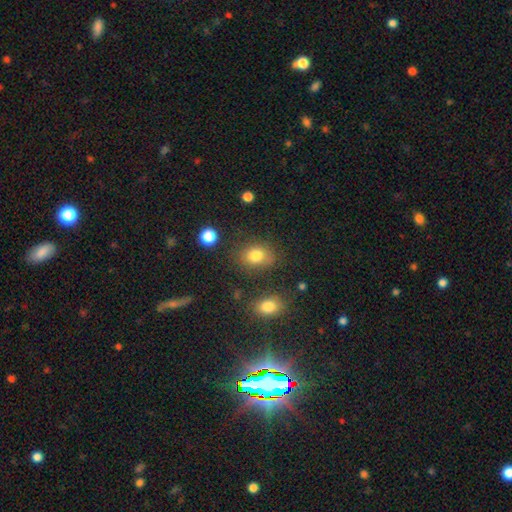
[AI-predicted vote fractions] smooth-or-featured: smooth: 81% | star or artifact: 11% | featured or disk: 8%
  how-rounded: in between: 63% | round: 36% | cigar-shaped: 1%
  merging: none: 73% | minor disturbance: 17% | major disturbance: 6% | merger: 5%